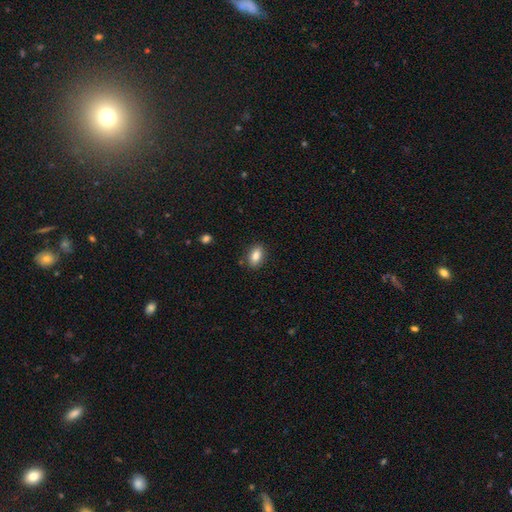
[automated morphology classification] type=smooth (85%); roundness=in between (89%); merging=none (85%).